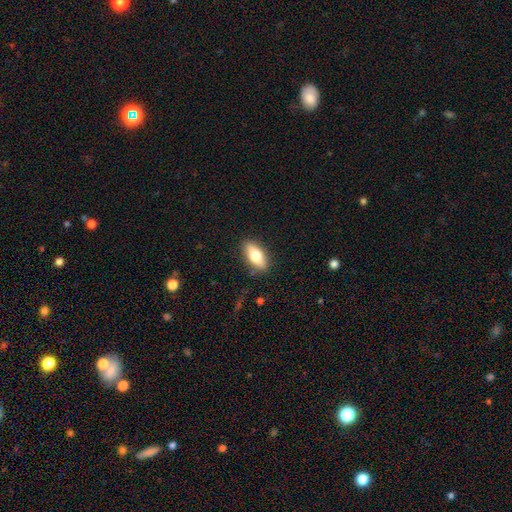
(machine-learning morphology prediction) A smooth galaxy with no disk features (72%) that is in between round and cigar-shaped (80%). Merging: none (86%).